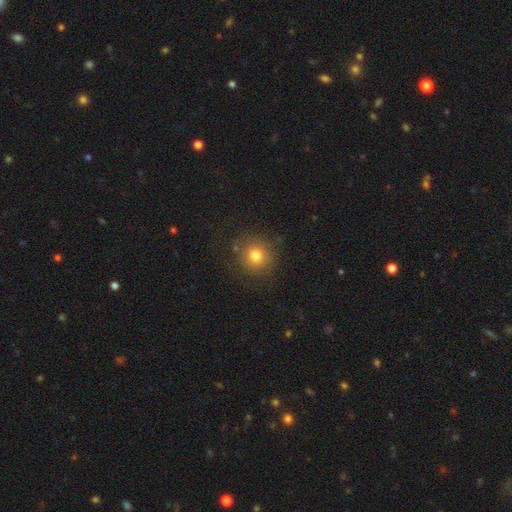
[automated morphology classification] Smooth or featured? smooth (77%)
How rounded? round (91%)
Merging? none (83%)